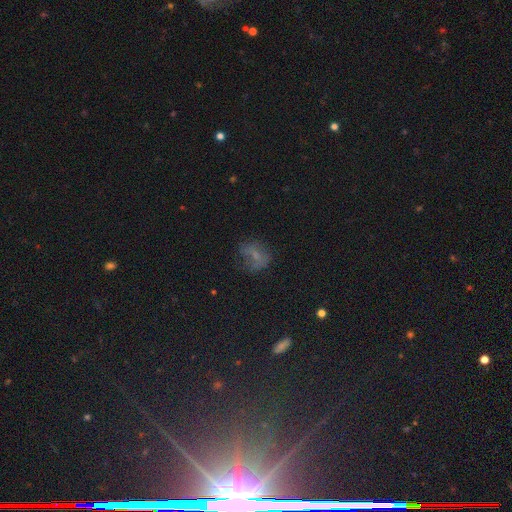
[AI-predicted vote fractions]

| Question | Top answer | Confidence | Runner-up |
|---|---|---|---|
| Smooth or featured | smooth | 45% | featured or disk (31%) |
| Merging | none | 49% | minor disturbance (24%) |